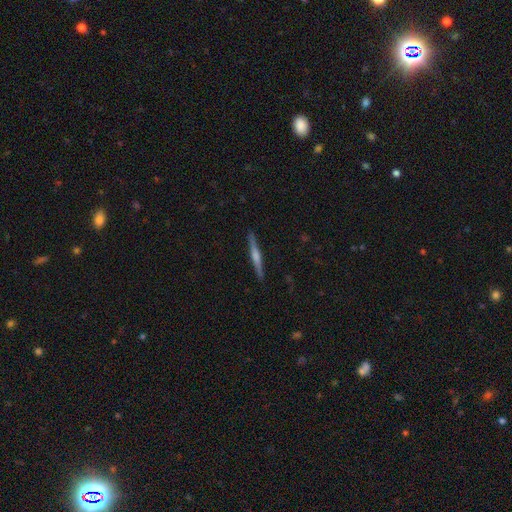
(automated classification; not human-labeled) The model was most divided on "edge-on bulge": rounded: 69%, boxy: 16%, none: 15%. More confident: edge-on disk — yes (98%); merging — none (92%); smooth or featured — featured or disk (74%).